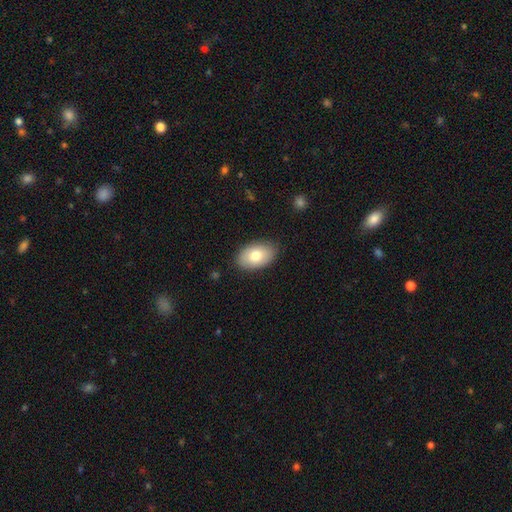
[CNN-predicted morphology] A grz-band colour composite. It shows a smooth galaxy with no disk features (76%) that is in between round and cigar-shaped (92%). Merging: none (85%).